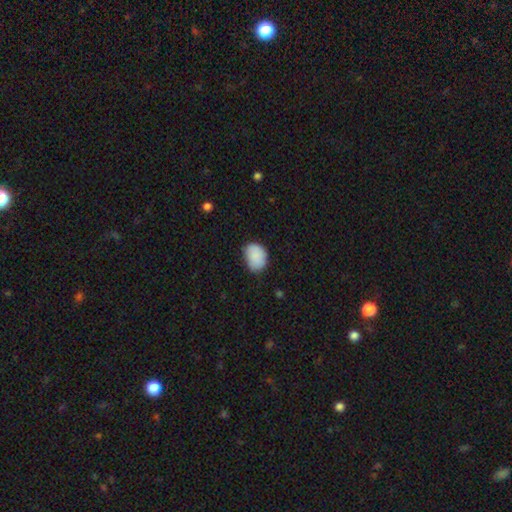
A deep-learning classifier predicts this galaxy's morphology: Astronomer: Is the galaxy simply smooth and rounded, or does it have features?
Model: smooth — 87%.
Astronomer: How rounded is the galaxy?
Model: in between — 67%.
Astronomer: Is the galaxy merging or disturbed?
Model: none — 64%.